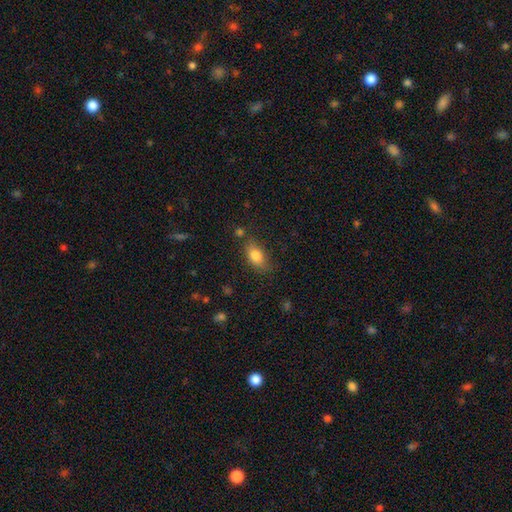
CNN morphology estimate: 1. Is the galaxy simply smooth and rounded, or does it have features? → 81% smooth, 11% featured or disk, 8% star or artifact.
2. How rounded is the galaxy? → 86% in between, 8% round, 6% cigar-shaped.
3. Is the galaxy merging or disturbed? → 69% none, 20% minor disturbance, 6% major disturbance, 5% merger.